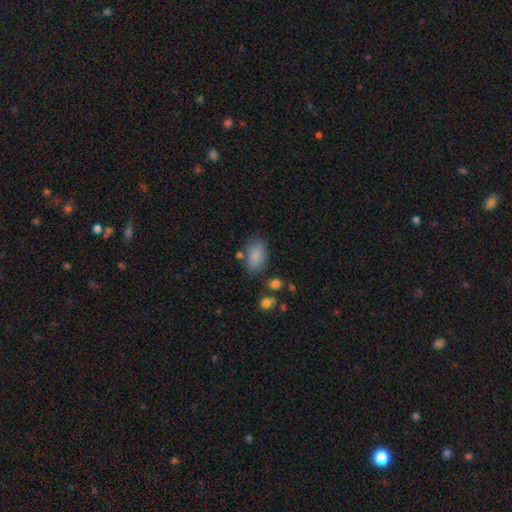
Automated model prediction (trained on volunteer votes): Smooth or featured? smooth (85%)
How rounded? in between (89%)
Merging? none (71%)